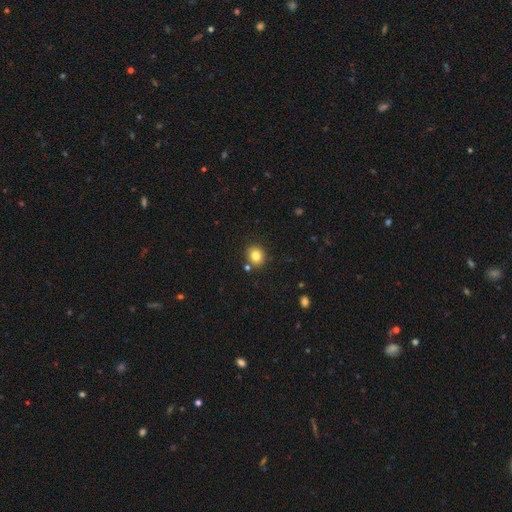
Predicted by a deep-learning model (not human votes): A smooth galaxy with no disk features (81%) that is round (76%).

Vote fractions:
- Smooth or featured? smooth: 81% / star or artifact: 11% / featured or disk: 8%
- How rounded? round: 76% / in between: 23% / cigar-shaped: 1%
- Merging? none: 82% / minor disturbance: 9% / merger: 6% / major disturbance: 2%